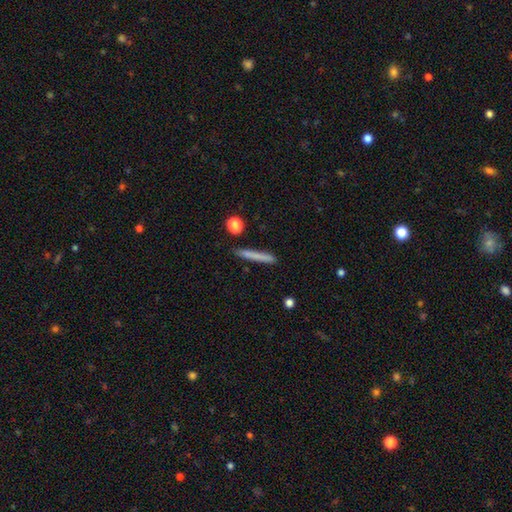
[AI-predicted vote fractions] Q: Smooth or featured?
A: smooth (72%); runner-up: featured or disk (20%)
Q: How rounded?
A: cigar-shaped (95%); runner-up: in between (3%)
Q: Merging?
A: none (86%); runner-up: minor disturbance (10%)